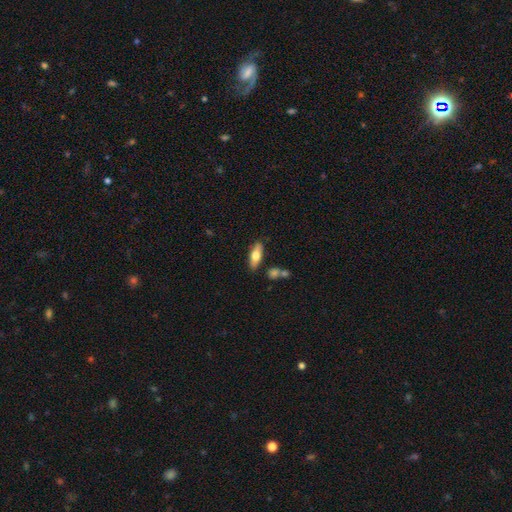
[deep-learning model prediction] The model was most divided on "smooth or featured": smooth: 62%, featured or disk: 32%, star or artifact: 6%. More confident: merging — none (79%); how rounded — in between (64%).